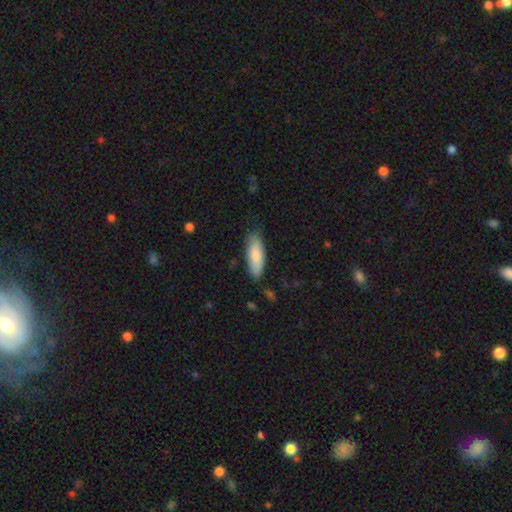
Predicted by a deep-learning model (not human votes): This is clearly a smooth galaxy (84%). How rounded: likely in between (61%). Merging: clearly none (80%).